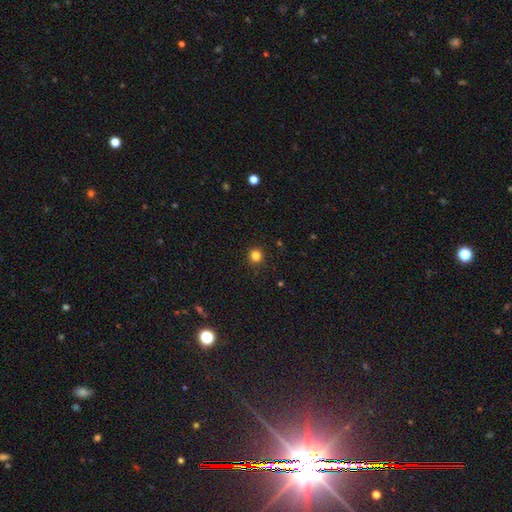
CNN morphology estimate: Smooth or featured: smooth — 83% (star or artifact — 13%)
How rounded: round — 93% (in between — 6%)
Merging: none — 91% (minor disturbance — 6%)